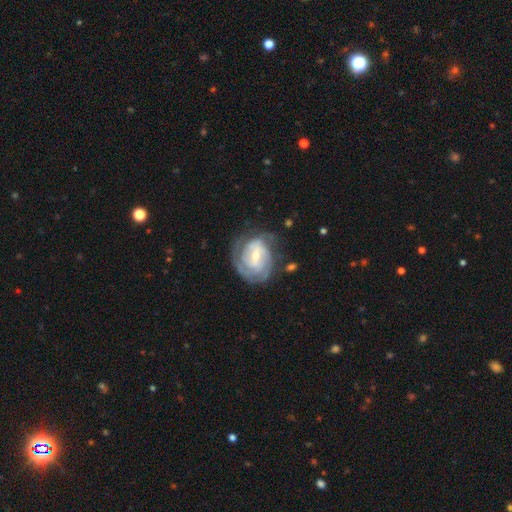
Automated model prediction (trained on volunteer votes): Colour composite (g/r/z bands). It shows a featured or disk galaxy (83%) with a weak bar (53%), 2 (33%) tight (65%) spiral arms (93%) and a small central bulge (51%). Merging: none (61%).